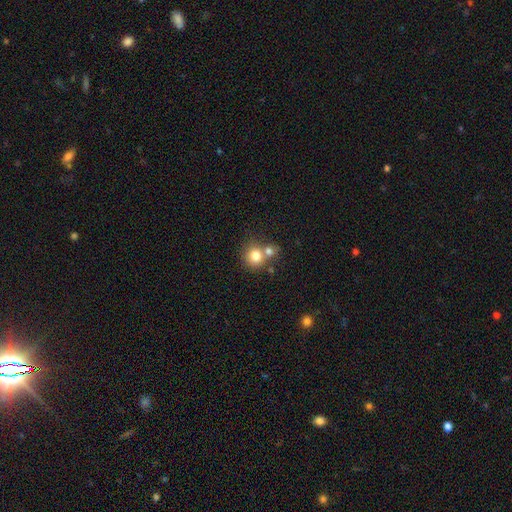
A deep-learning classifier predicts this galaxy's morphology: smooth_or_featured: smooth (p=0.80) [alt: star or artifact p=0.10]
how_rounded: round (p=0.83) [alt: in between p=0.16]
merging: none (p=0.45) [alt: merger p=0.43]